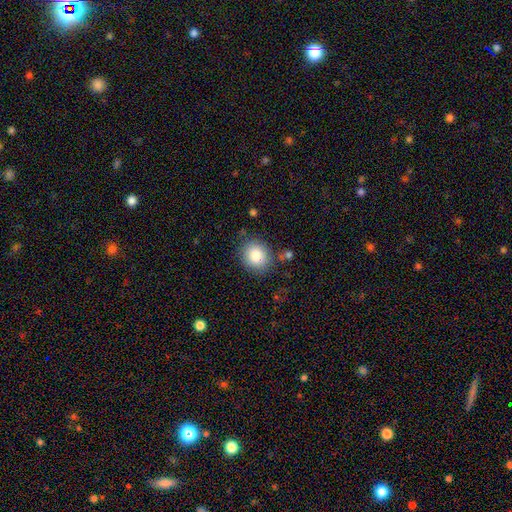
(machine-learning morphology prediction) A smooth galaxy with no disk features (84%) that is round (70%).

Vote fractions:
- Smooth or featured? smooth: 84% / star or artifact: 9% / featured or disk: 7%
- How rounded? round: 70% / in between: 29% / cigar-shaped: 1%
- Merging? none: 80% / minor disturbance: 13% / major disturbance: 4% / merger: 3%